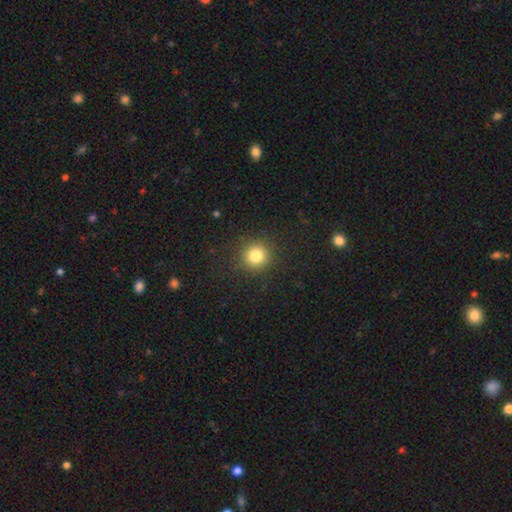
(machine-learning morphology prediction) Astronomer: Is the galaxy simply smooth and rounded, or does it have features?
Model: smooth — 81%.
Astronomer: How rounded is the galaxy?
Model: round — 93%.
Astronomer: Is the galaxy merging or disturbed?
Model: none — 91%.